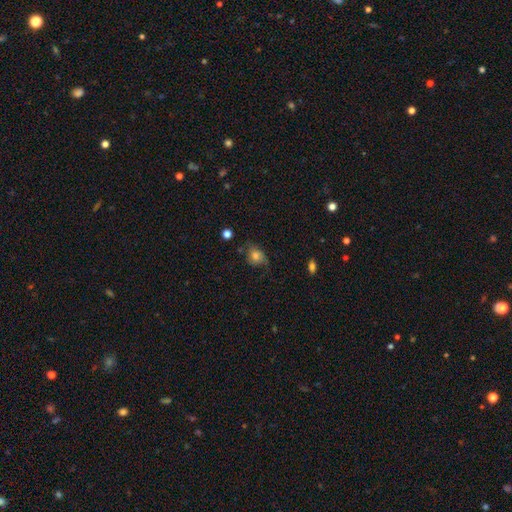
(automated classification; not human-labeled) smooth_or_featured: smooth (p=0.71) [alt: featured or disk p=0.18]
how_rounded: round (p=0.55) [alt: in between p=0.44]
merging: none (p=0.52) [alt: minor disturbance p=0.32]